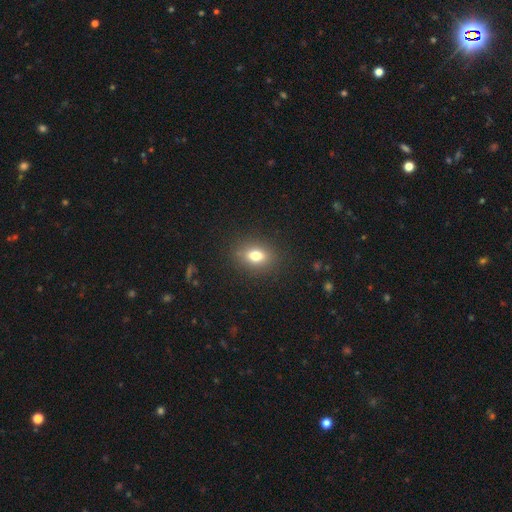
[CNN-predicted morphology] Q: Smooth or featured?
A: smooth (76%); runner-up: star or artifact (12%)
Q: How rounded?
A: in between (65%); runner-up: round (33%)
Q: Merging?
A: none (87%); runner-up: minor disturbance (9%)